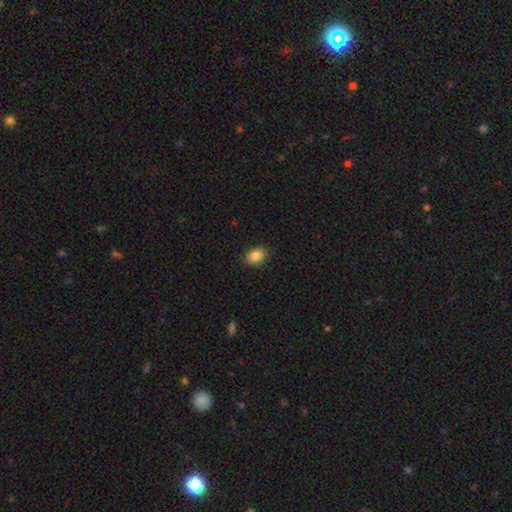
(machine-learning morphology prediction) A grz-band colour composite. It shows a smooth galaxy with no disk features (86%) that is in between round and cigar-shaped (71%). Merging: none (86%).